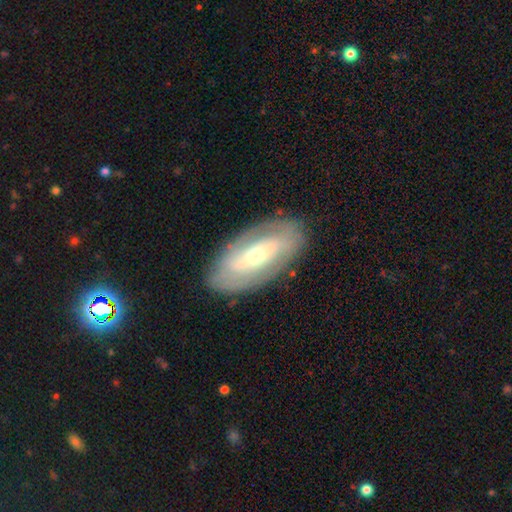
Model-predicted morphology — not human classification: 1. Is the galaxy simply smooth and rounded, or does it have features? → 68% featured or disk, 26% smooth, 6% star or artifact.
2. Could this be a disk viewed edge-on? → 87% no, 13% yes.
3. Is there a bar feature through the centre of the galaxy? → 38% strong, 32% no, 30% weak.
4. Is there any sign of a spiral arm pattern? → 54% yes, 46% no.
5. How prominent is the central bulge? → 51% moderate, 43% small, 4% large, 1% dominant, 1% none.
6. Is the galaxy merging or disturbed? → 83% none, 11% minor disturbance, 4% major disturbance, 1% merger.